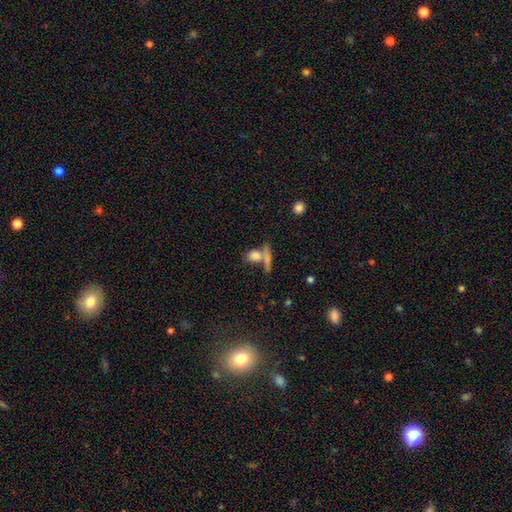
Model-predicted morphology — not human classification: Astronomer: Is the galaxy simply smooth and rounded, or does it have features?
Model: smooth — 74%.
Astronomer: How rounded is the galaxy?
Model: in between — 42% (runner-up: round, 37%).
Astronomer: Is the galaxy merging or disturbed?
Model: none — 46% (runner-up: merger, 38%).